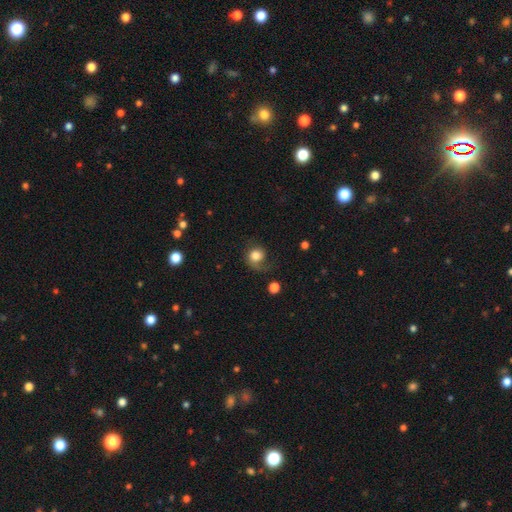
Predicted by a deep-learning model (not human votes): smooth 71%, featured or disk 20%, star or artifact 10%. Down the decision tree: how rounded — round (77%); merging — none (44%).